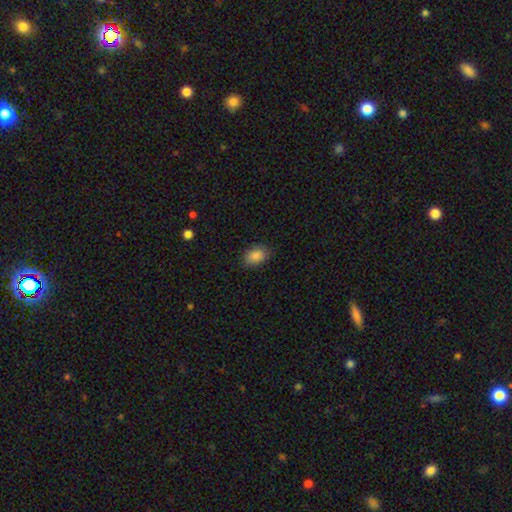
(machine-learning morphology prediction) This is clearly a smooth galaxy (88%). How rounded: likely in between (80%). Merging: clearly none (84%).